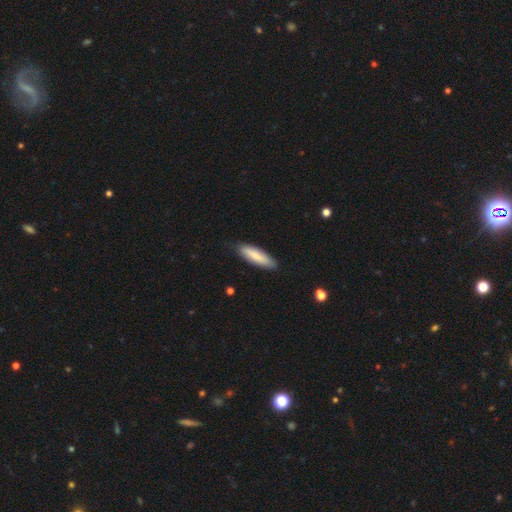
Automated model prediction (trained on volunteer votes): Smooth or featured: smooth — 81% (featured or disk — 13%)
How rounded: cigar-shaped — 62% (in between — 37%)
Merging: none — 84% (minor disturbance — 13%)